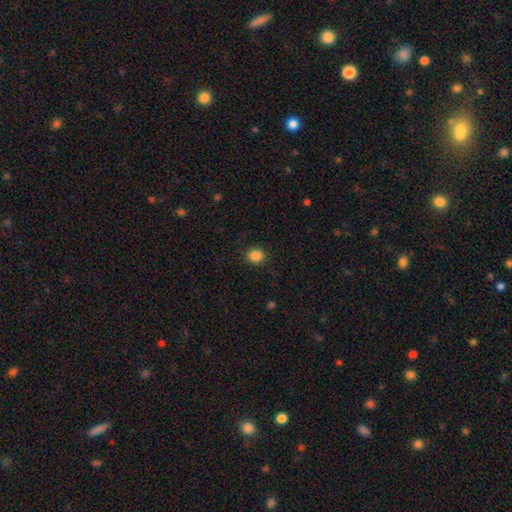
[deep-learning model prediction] smooth_or_featured: smooth (p=0.86) [alt: star or artifact p=0.11]
how_rounded: round (p=0.81) [alt: in between p=0.18]
merging: none (p=0.90) [alt: minor disturbance p=0.07]